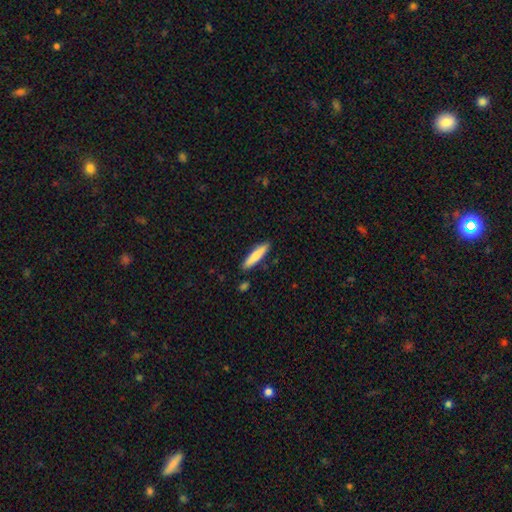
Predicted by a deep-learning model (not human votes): Morphology: type=smooth (76%); roundness=cigar-shaped (85%); merging=none (87%).